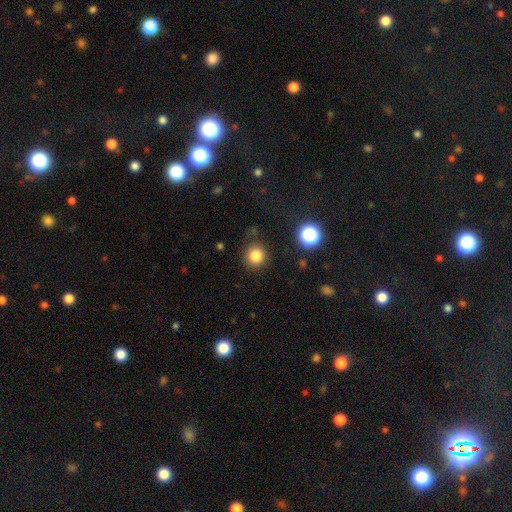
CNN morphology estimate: Smooth or featured: smooth — 82% (star or artifact — 13%)
How rounded: round — 92% (in between — 7%)
Merging: none — 85% (minor disturbance — 9%)